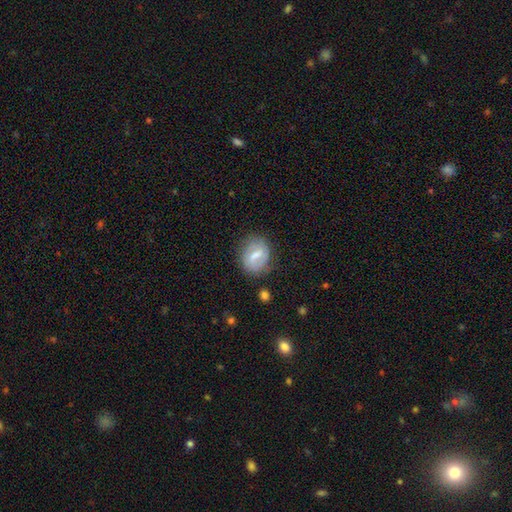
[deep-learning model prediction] This is possibly a smooth galaxy (46%, tied with featured or disk). Merging: likely none (72%).